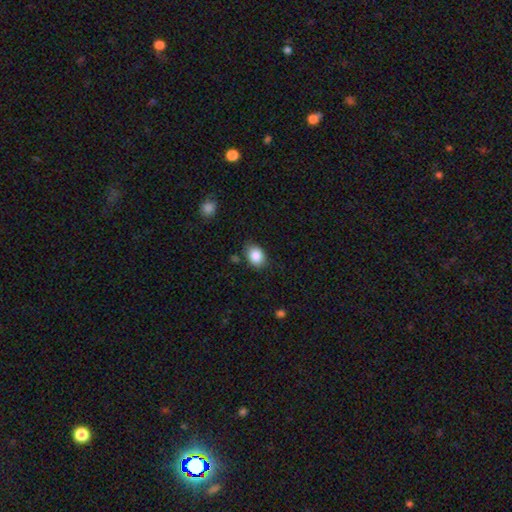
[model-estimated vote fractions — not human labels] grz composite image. It shows a smooth galaxy with no disk features (87%) that is in between round and cigar-shaped (65%). Merging: none (79%).